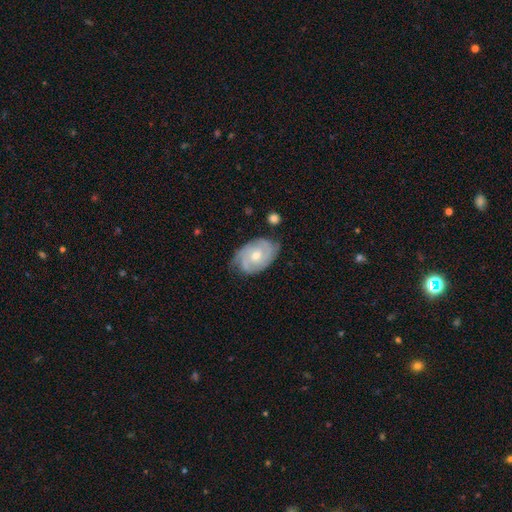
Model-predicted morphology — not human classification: featured or disk 76%, smooth 19%, star or artifact 5%. Down the decision tree: edge-on disk — no (96%); bar — no (65%); spiral arms — yes (92%); spiral arm count — can't tell (30%); spiral winding — tight (61%); bulge size — moderate (59%); merging — none (69%).